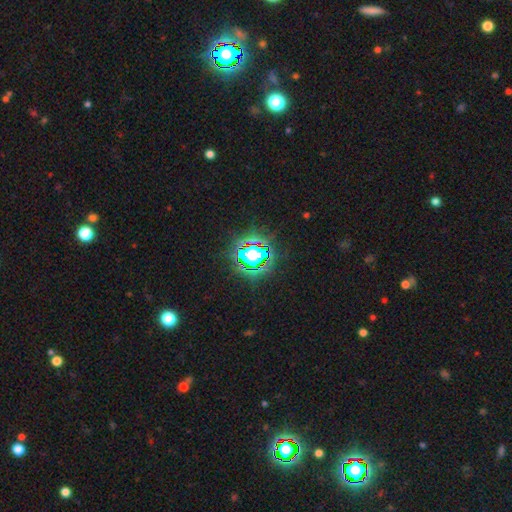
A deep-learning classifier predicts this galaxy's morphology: type=star or artifact (80%).